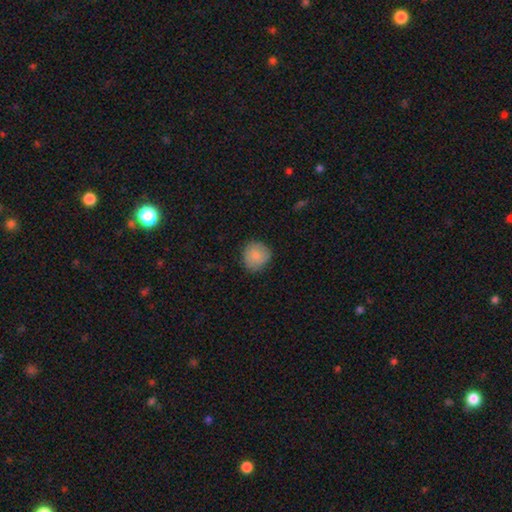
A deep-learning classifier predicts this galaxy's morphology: A smooth galaxy with no disk features (86%) that is round (89%). Merging: none (83%).